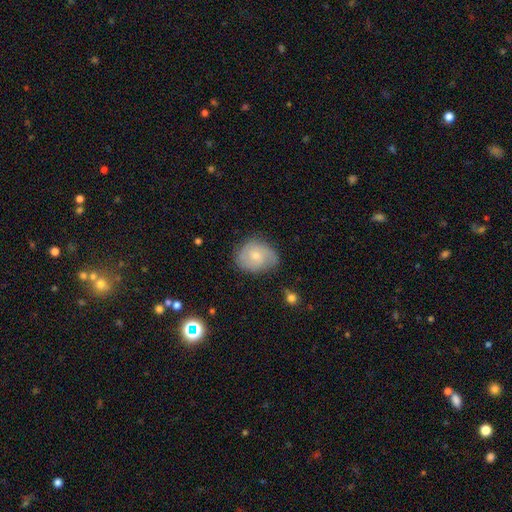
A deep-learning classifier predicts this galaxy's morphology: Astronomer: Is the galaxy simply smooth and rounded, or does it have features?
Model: featured or disk — 53% (runner-up: smooth, 40%).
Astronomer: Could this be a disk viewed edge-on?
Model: no — 97%.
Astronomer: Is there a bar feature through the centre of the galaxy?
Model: no — 66%.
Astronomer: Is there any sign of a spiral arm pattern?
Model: yes — 84%.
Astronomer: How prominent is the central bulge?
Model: small — 50% (runner-up: moderate, 45%).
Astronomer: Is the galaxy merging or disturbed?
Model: none — 68%.